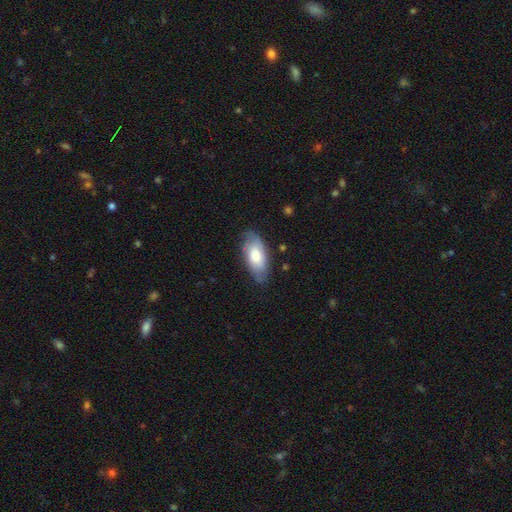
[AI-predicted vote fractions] Smooth or featured?
  - smooth: 66% *
  - featured or disk: 28%
  - star or artifact: 6%
How rounded?
  - in between: 90% *
  - cigar-shaped: 8%
  - round: 2%
Merging?
  - none: 70% *
  - minor disturbance: 23%
  - major disturbance: 5%
  - merger: 1%